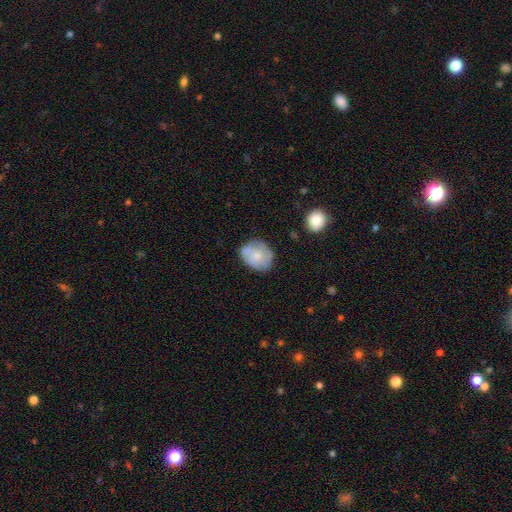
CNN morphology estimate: Q: Smooth or featured?
A: smooth (61%); runner-up: featured or disk (32%)
Q: How rounded?
A: round (62%); runner-up: in between (37%)
Q: Merging?
A: none (56%); runner-up: minor disturbance (26%)